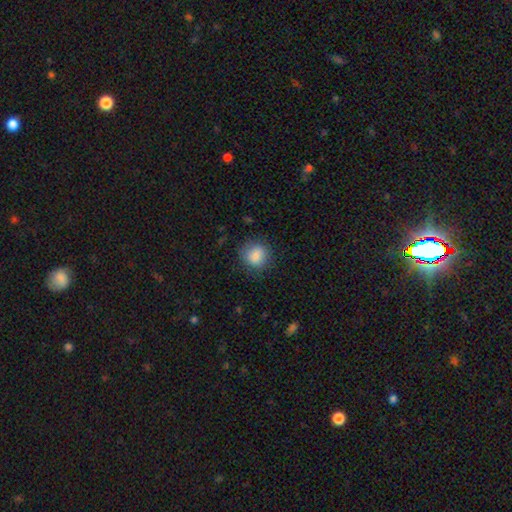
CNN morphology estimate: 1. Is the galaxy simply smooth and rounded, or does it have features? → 85% smooth, 9% star or artifact, 6% featured or disk.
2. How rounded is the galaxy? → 79% round, 20% in between, 1% cigar-shaped.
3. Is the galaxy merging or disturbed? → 80% none, 14% minor disturbance, 5% major disturbance, 1% merger.